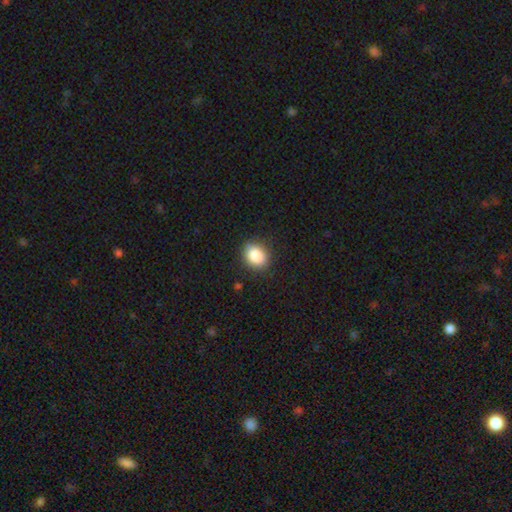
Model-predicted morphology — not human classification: smooth-or-featured: smooth: 87% | star or artifact: 9% | featured or disk: 4%
  how-rounded: in between: 53% | round: 46% | cigar-shaped: 1%
  merging: none: 87% | minor disturbance: 9% | major disturbance: 3% | merger: 1%